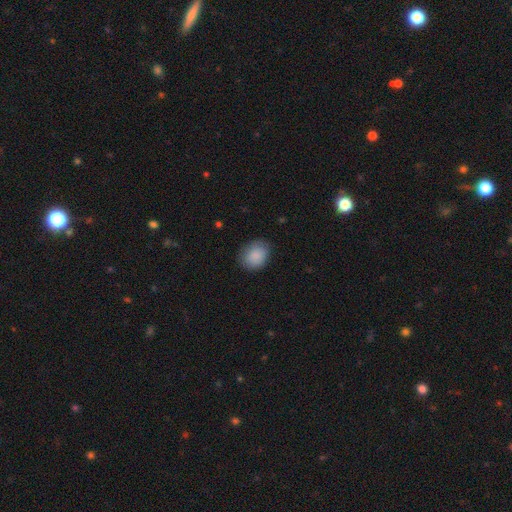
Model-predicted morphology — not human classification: This is clearly a smooth galaxy (88%). How rounded: possibly in between (50%, tied with round). Merging: likely none (78%).